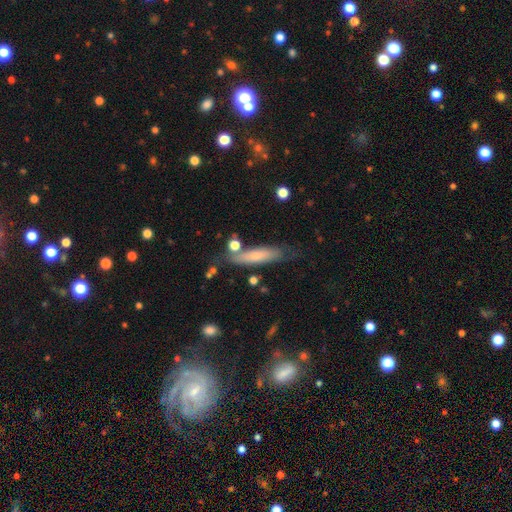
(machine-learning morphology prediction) Smooth or featured? Predicted: smooth (p=0.61). How rounded? Predicted: cigar-shaped (p=0.77). Merging? Predicted: none (p=0.67).